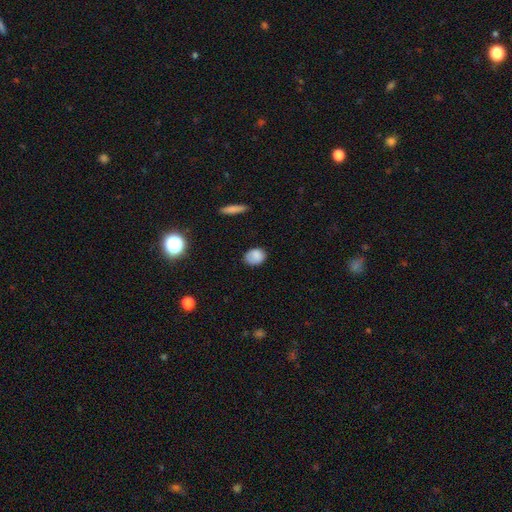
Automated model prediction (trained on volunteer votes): Morphology: type=smooth (84%); roundness=in between (60%); merging=none (74%).